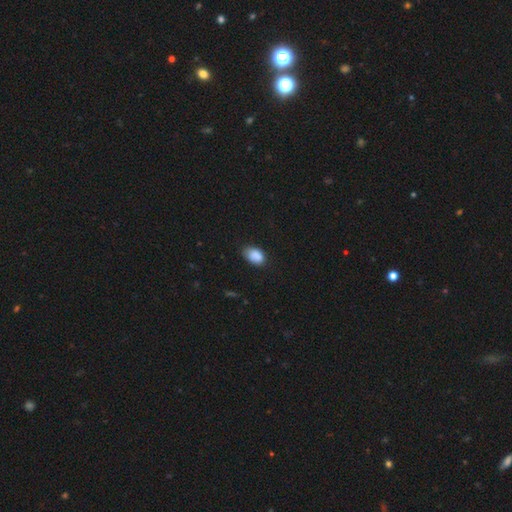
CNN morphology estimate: Smooth or featured? smooth (88%)
How rounded? in between (87%)
Merging? none (69%)